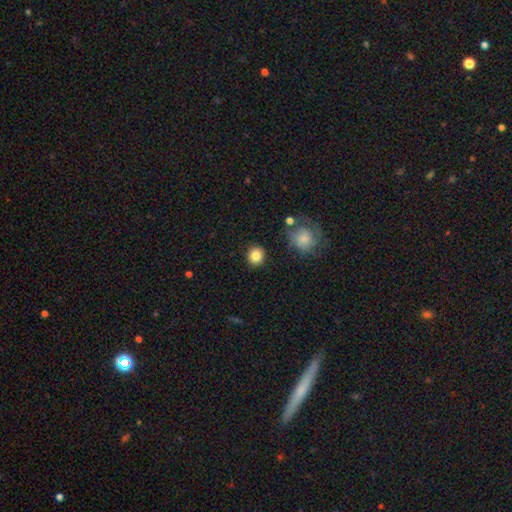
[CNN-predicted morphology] Smooth or featured? smooth (84%)
How rounded? round (90%)
Merging? none (89%)